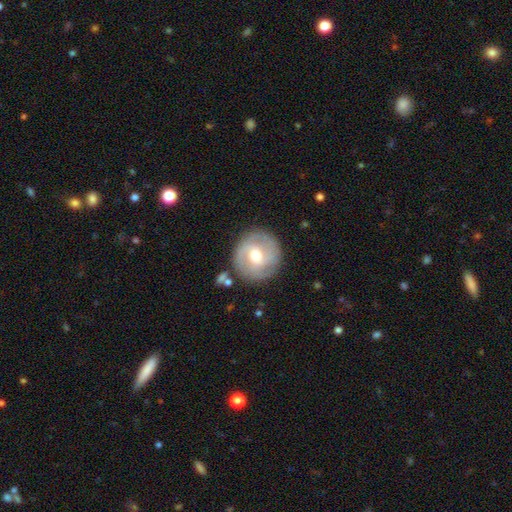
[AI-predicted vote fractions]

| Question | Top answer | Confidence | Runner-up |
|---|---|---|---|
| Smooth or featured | featured or disk | 62% | smooth (31%) |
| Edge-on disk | no | 97% | yes (3%) |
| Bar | weak | 46% | no (41%) |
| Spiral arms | yes | 79% | no (21%) |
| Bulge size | moderate | 72% | small (21%) |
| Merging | none | 83% | minor disturbance (10%) |